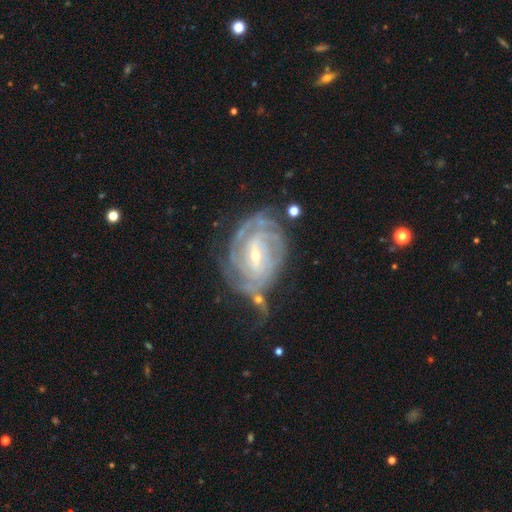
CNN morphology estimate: The model was most divided on "spiral arm count": can't tell: 27%, 3: 22%, 4: 20%, 2: 19%, more than 4: 7%, 1: 6%. More confident: spiral arms — yes (97%); edge-on disk — no (97%); smooth or featured — featured or disk (89%); spiral winding — tight (74%); bulge size — small (68%); merging — none (55%); bar — weak (50%).